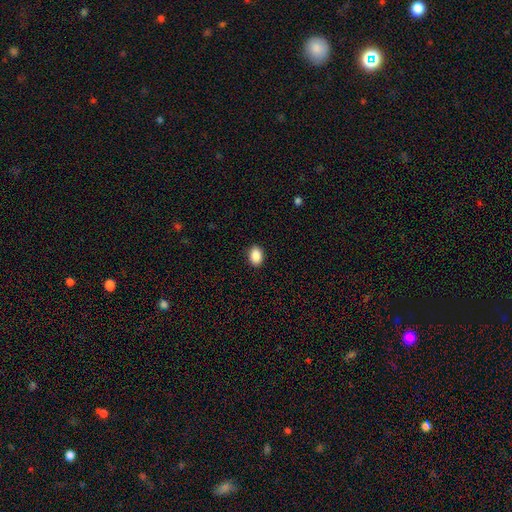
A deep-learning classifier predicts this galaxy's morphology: smooth-or-featured: smooth: 90% | star or artifact: 8% | featured or disk: 3%
  how-rounded: in between: 79% | round: 20% | cigar-shaped: 1%
  merging: none: 90% | minor disturbance: 7% | major disturbance: 2% | merger: 1%